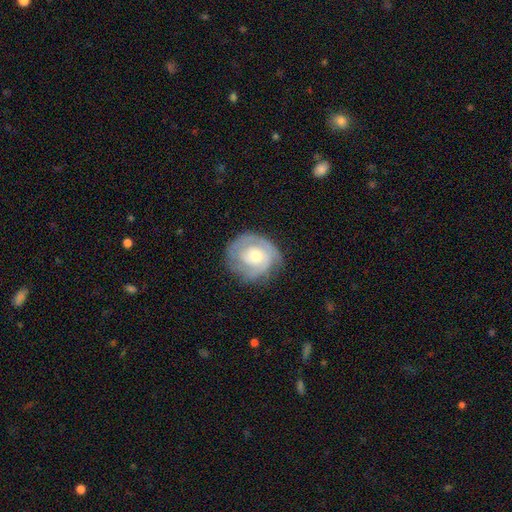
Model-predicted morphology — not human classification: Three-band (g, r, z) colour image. It shows a featured or disk galaxy (74%) with no bar (77%), tight (70%) spiral arms (86%) and a moderate central bulge (57%). Merging: none (72%).